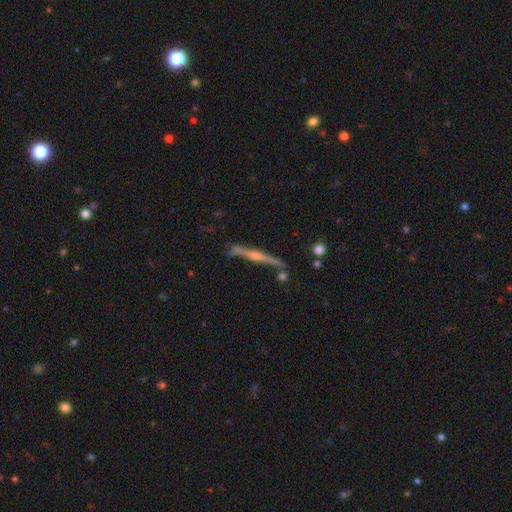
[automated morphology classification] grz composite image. It shows a featured or disk galaxy (73%) viewed edge-on (97%) with a rounded central bulge (61%). Merging: none (77%).